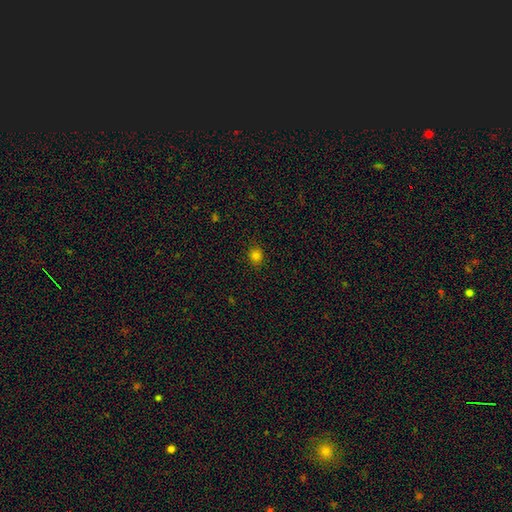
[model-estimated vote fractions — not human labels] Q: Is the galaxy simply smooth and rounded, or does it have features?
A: smooth — 79%.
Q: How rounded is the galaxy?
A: round — 70%.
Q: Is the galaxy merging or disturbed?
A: none — 87%.